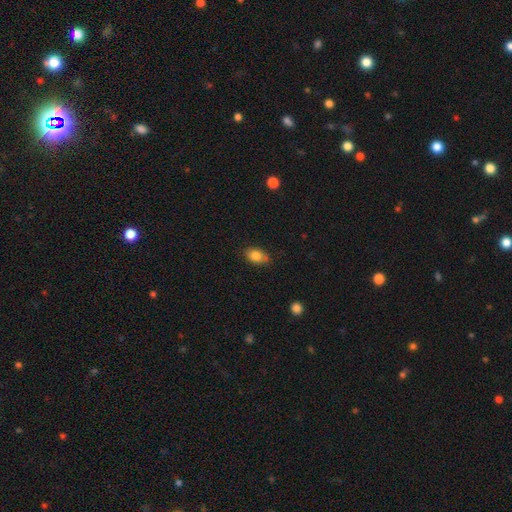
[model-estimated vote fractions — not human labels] smooth_or_featured: smooth (p=0.82) [alt: featured or disk p=0.09]
how_rounded: in between (p=0.85) [alt: round p=0.13]
merging: none (p=0.77) [alt: minor disturbance p=0.19]